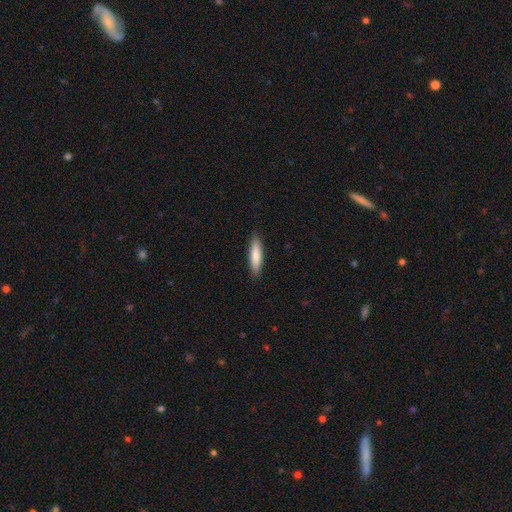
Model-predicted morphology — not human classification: Smooth or featured? smooth (80%)
How rounded? cigar-shaped (78%)
Merging? none (89%)